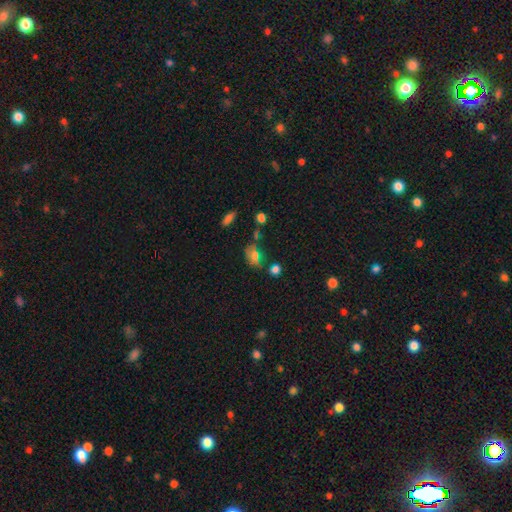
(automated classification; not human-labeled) This appears to be a smooth galaxy with no disk features (61%) that is in between round and cigar-shaped (72%). Merging: none (49%).